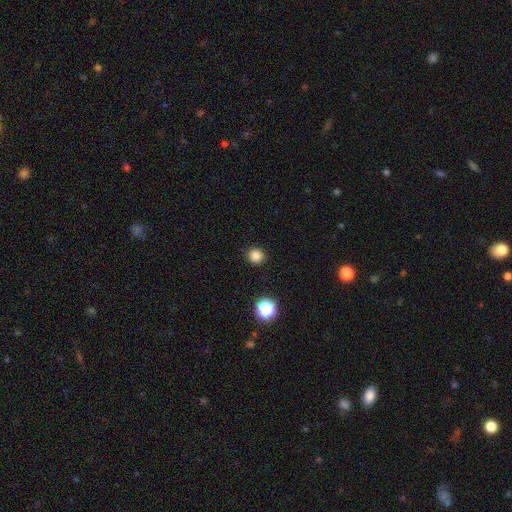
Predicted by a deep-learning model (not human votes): Smooth or featured?
  - smooth: 83% *
  - star or artifact: 13%
  - featured or disk: 4%
How rounded?
  - round: 94% *
  - in between: 5%
  - cigar-shaped: 1%
Merging?
  - none: 92% *
  - minor disturbance: 5%
  - major disturbance: 2%
  - merger: 1%